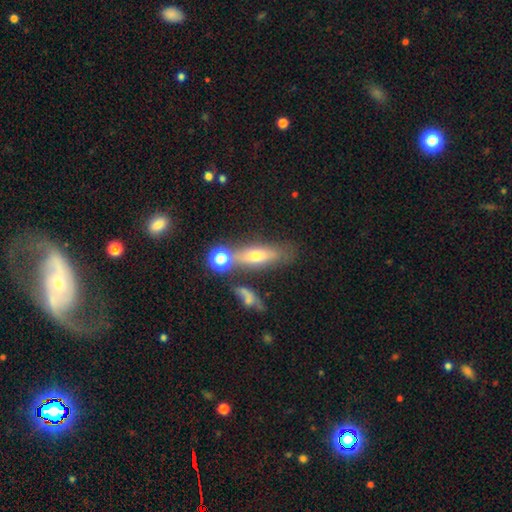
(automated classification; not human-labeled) smooth 50%, featured or disk 37%, star or artifact 12%. Down the decision tree: how rounded — cigar-shaped (53%); merging — none (61%).